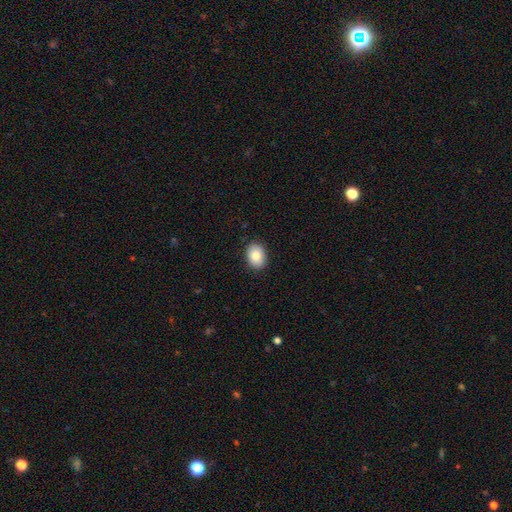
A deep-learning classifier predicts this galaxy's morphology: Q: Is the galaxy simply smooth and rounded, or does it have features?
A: smooth — 84%.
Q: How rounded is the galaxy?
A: in between — 72%.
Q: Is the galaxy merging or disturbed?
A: none — 89%.